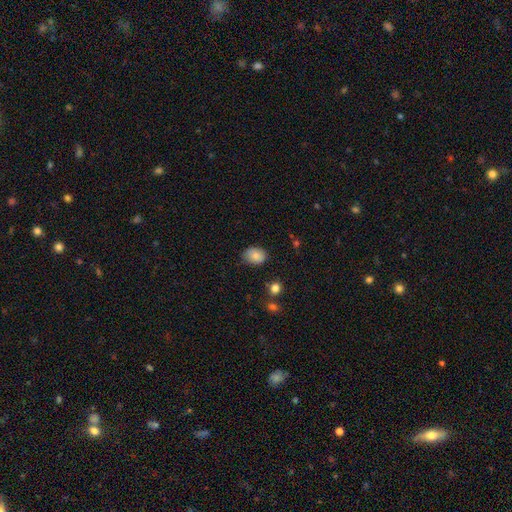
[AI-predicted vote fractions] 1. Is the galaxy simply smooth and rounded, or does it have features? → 83% smooth, 9% featured or disk, 8% star or artifact.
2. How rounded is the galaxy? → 65% in between, 34% round, 1% cigar-shaped.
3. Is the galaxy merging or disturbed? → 77% none, 18% minor disturbance, 3% major disturbance, 2% merger.